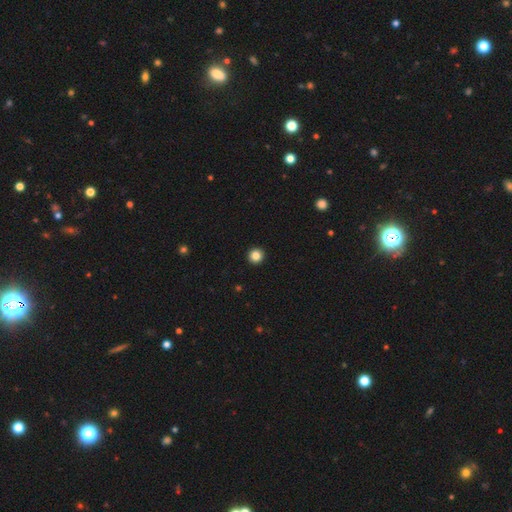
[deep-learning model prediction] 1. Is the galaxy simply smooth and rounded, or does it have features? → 85% smooth, 11% star or artifact, 4% featured or disk.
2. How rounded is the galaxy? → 96% round, 3% in between, 1% cigar-shaped.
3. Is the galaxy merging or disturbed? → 94% none, 4% minor disturbance, 1% major disturbance, 1% merger.